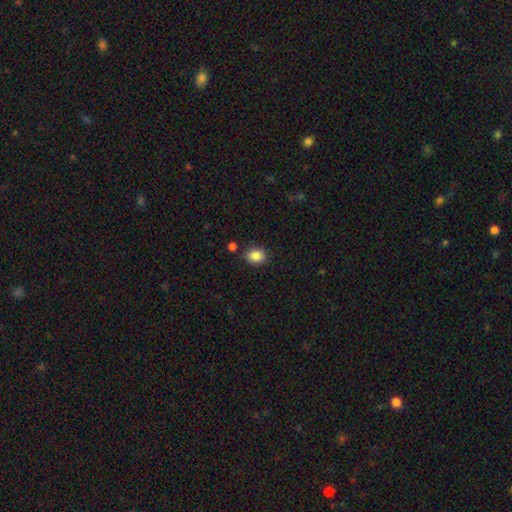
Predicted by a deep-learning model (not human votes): Smooth or featured? Predicted: smooth (p=0.86). How rounded? Predicted: in between (p=0.54). Merging? Predicted: none (p=0.86).